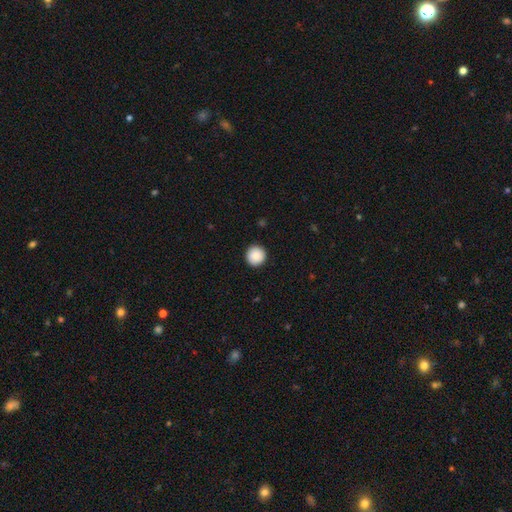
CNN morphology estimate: A smooth galaxy with no disk features (89%) that is round (96%).

Vote fractions:
- Smooth or featured? smooth: 89% / star or artifact: 8% / featured or disk: 3%
- How rounded? round: 96% / in between: 4% / cigar-shaped: 1%
- Merging? none: 93% / minor disturbance: 5% / major disturbance: 2% / merger: 1%